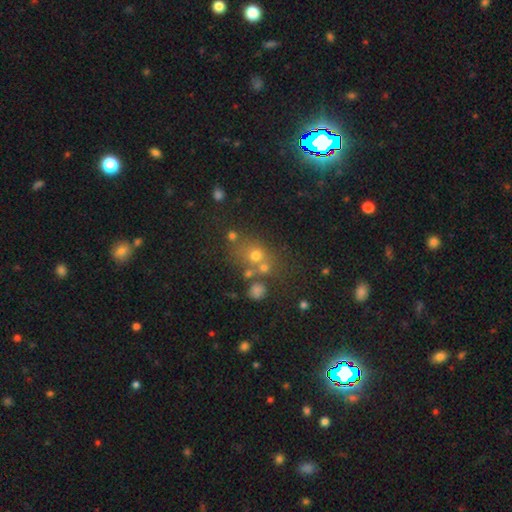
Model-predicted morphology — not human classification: type=smooth (60%); roundness=round (69%); merging=none (56%).